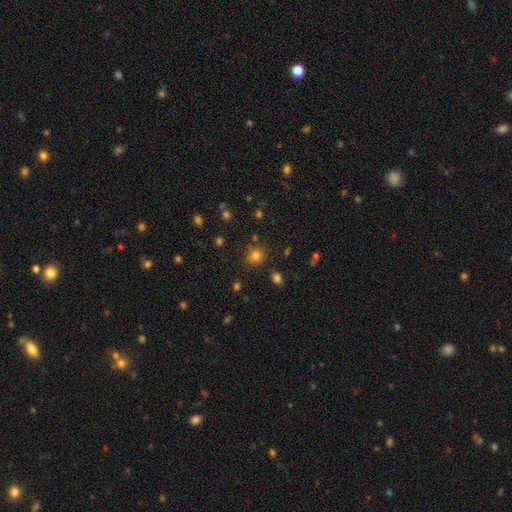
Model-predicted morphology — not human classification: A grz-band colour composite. It shows a smooth galaxy with no disk features (77%) that is round (71%). Merging: none (78%).